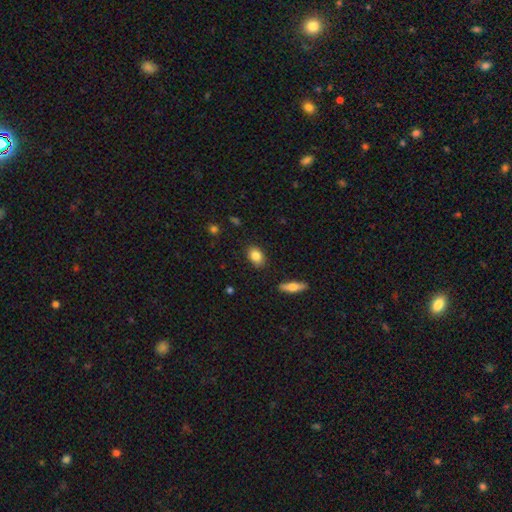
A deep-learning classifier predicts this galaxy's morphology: smooth 84%, featured or disk 8%, star or artifact 8%. Down the decision tree: how rounded — in between (79%); merging — none (84%).